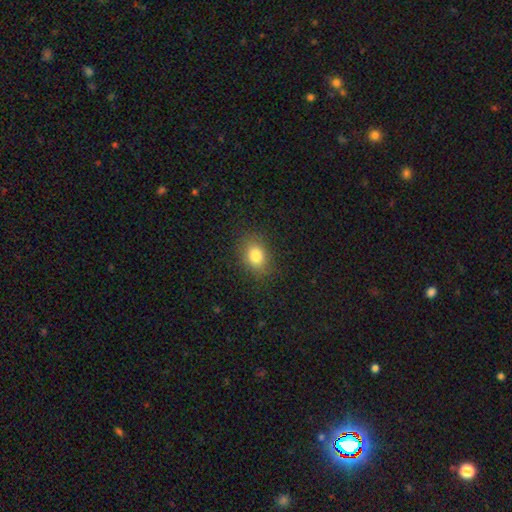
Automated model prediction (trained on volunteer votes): Smooth or featured? Predicted: smooth (p=0.81). How rounded? Predicted: in between (p=0.61). Merging? Predicted: none (p=0.84).